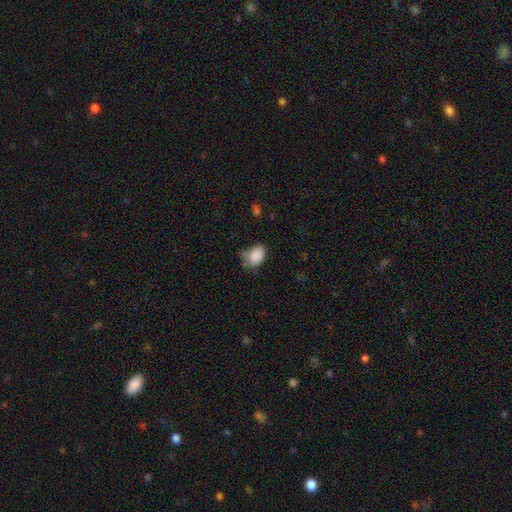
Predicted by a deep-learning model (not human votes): smooth_or_featured: smooth (p=0.86) [alt: star or artifact p=0.08]
how_rounded: in between (p=0.80) [alt: round p=0.19]
merging: none (p=0.53) [alt: minor disturbance p=0.31]